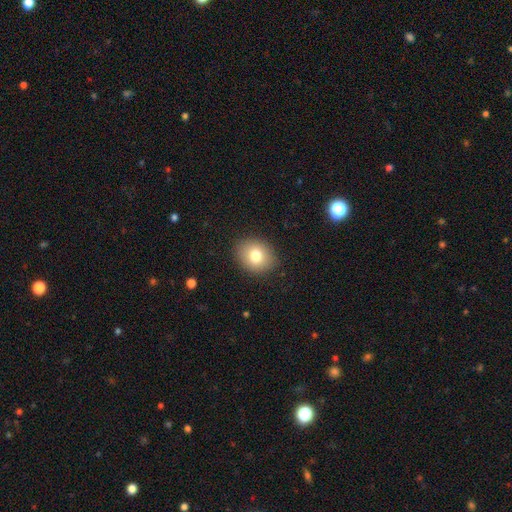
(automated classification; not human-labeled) smooth_or_featured: smooth (p=0.78) [alt: featured or disk p=0.12]
how_rounded: round (p=0.55) [alt: in between p=0.44]
merging: none (p=0.88) [alt: minor disturbance p=0.08]